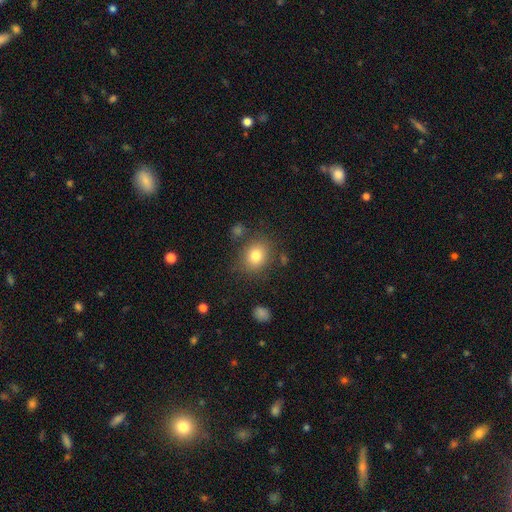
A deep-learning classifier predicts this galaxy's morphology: smooth-or-featured: smooth: 80% | star or artifact: 10% | featured or disk: 9%
  how-rounded: round: 57% | in between: 42% | cigar-shaped: 1%
  merging: none: 79% | minor disturbance: 12% | major disturbance: 4% | merger: 4%